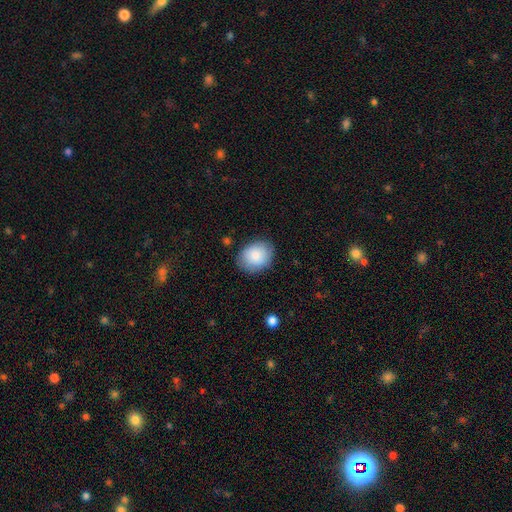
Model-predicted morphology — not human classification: A smooth galaxy with no disk features (86%) that is in between round and cigar-shaped (53%). Merging: none (83%).